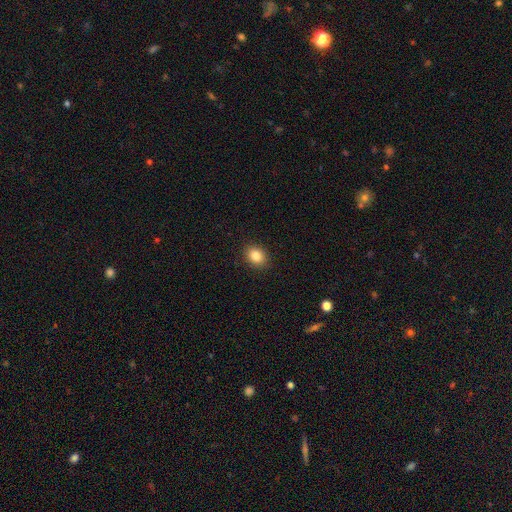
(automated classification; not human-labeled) smooth-or-featured: smooth: 85% | star or artifact: 10% | featured or disk: 6%
  how-rounded: in between: 53% | round: 47% | cigar-shaped: 1%
  merging: none: 90% | minor disturbance: 7% | major disturbance: 2% | merger: 1%